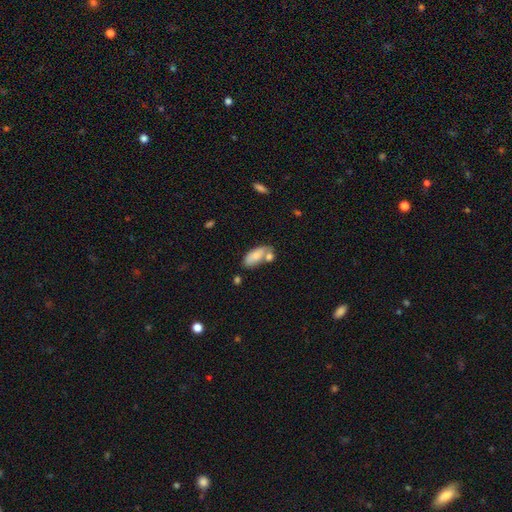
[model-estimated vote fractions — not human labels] Smooth or featured: smooth — 78% (featured or disk — 16%)
How rounded: in between — 86% (cigar-shaped — 11%)
Merging: none — 43% (merger — 32%)